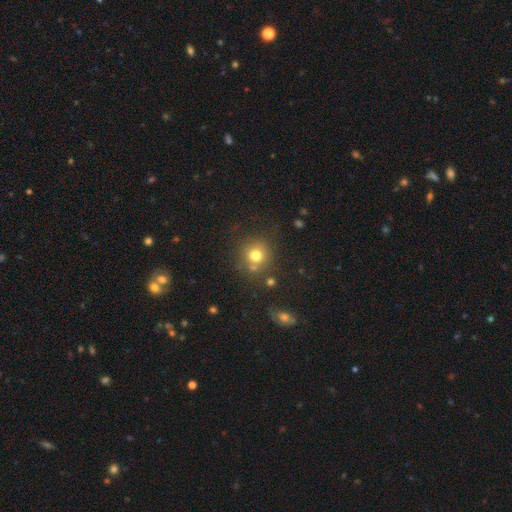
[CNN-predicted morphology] Smooth or featured? smooth (75%)
How rounded? round (90%)
Merging? none (72%)